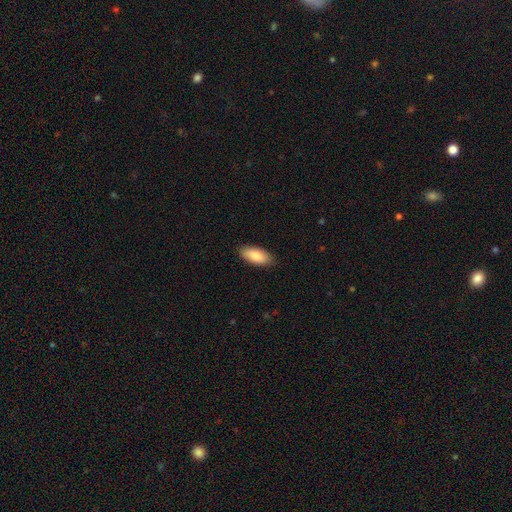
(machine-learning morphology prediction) Overall: smooth (88%). How rounded: in between (88%). Merging: none (88%).